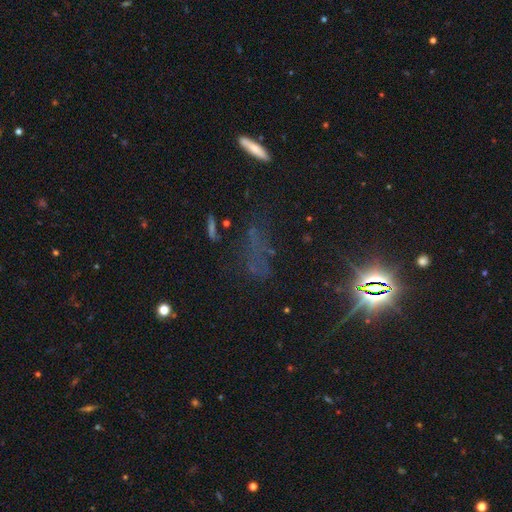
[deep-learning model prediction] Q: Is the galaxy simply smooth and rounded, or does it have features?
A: star or artifact — 57%.